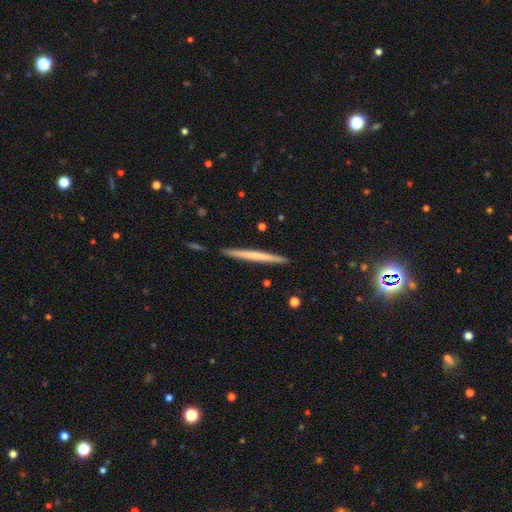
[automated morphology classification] A smooth galaxy with no disk features (53%) that is cigar-shaped (97%). Merging: none (91%).